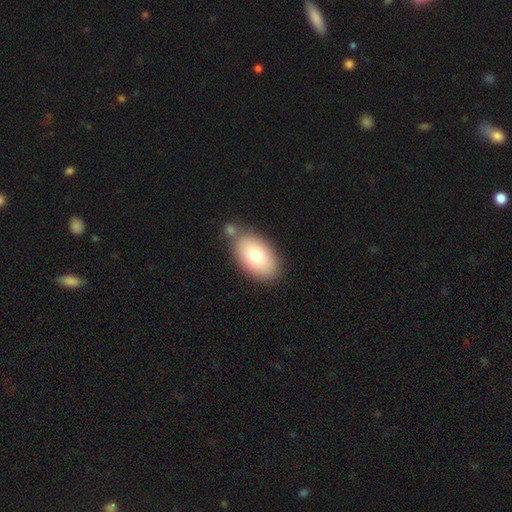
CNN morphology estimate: Overall: smooth (75%). How rounded: in between (91%). Merging: none (67%).